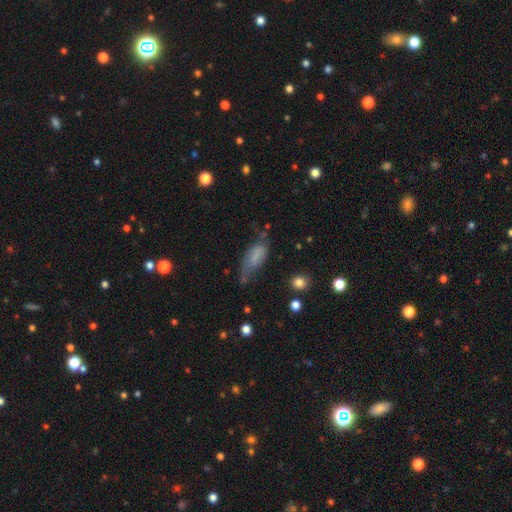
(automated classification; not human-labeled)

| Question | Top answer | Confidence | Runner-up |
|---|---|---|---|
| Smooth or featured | smooth | 64% | featured or disk (26%) |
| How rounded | in between | 79% | cigar-shaped (17%) |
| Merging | none | 39% | minor disturbance (34%) |